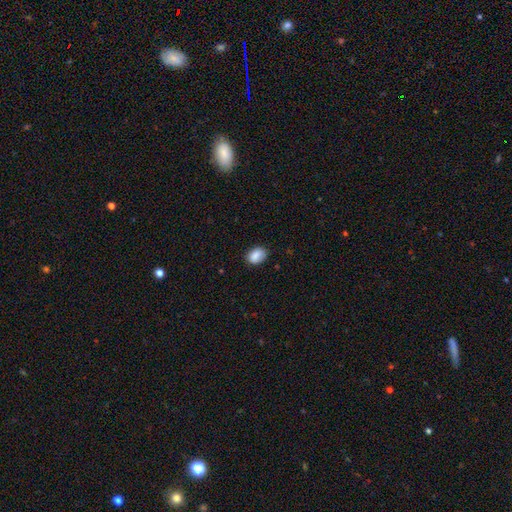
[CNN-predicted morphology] The model was most divided on "how rounded": in between: 77%, round: 22%, cigar-shaped: 1%. More confident: smooth or featured — smooth (86%); merging — none (80%).